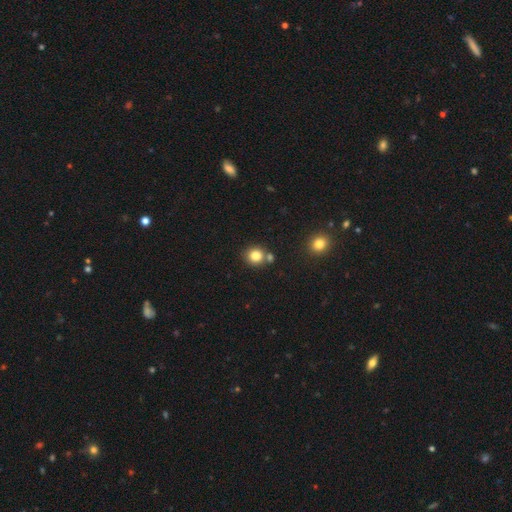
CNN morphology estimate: type=smooth (82%); roundness=round (88%); merging=none (72%).